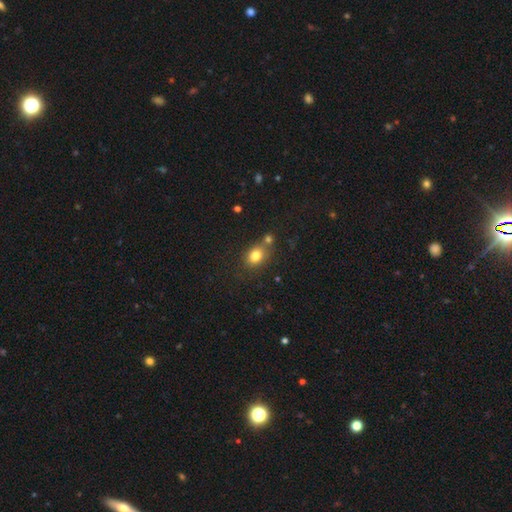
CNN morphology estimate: smooth 79%, star or artifact 11%, featured or disk 9%. Down the decision tree: how rounded — in between (59%); merging — none (60%).